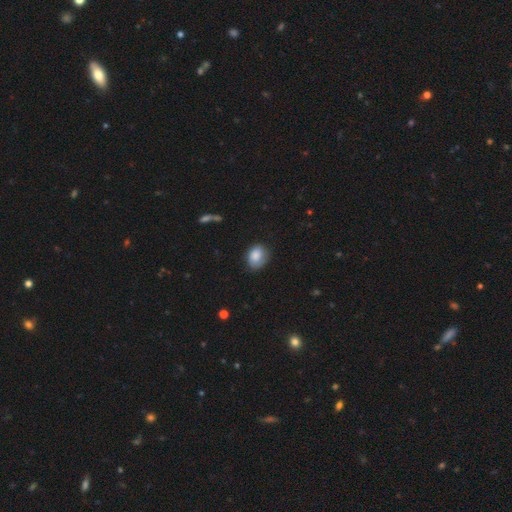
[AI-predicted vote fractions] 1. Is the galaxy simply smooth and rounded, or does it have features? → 81% smooth, 11% featured or disk, 8% star or artifact.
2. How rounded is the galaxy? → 63% in between, 36% round, 1% cigar-shaped.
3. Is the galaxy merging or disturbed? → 66% none, 25% minor disturbance, 7% major disturbance, 2% merger.